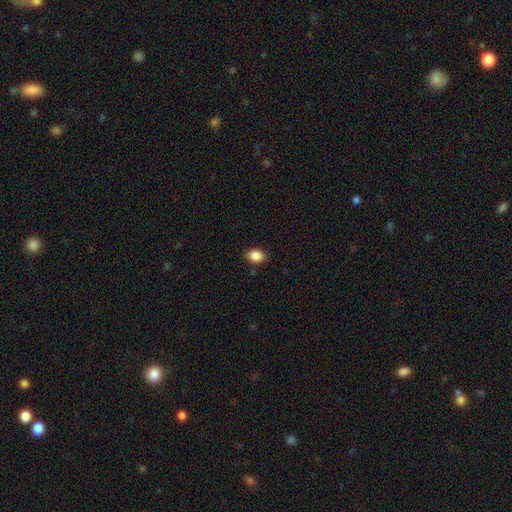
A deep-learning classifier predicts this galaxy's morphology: Overall: smooth (87%). How rounded: in between (76%). Merging: none (85%).